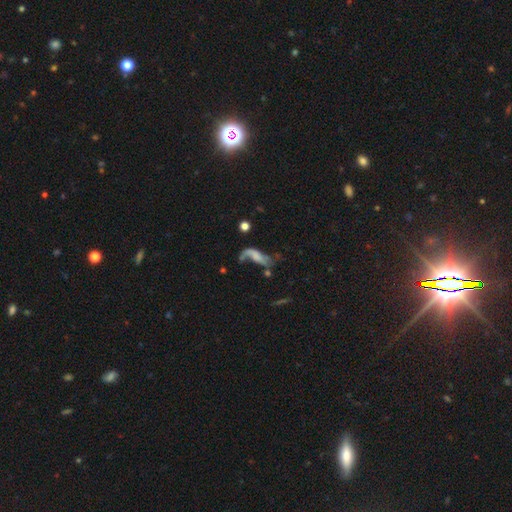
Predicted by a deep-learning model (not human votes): Smooth or featured?
  - featured or disk: 56% *
  - smooth: 33%
  - star or artifact: 11%
Edge-on disk?
  - no: 88% *
  - yes: 12%
Merging?
  - major disturbance: 34% *
  - none: 31%
  - minor disturbance: 19%
  - merger: 16%